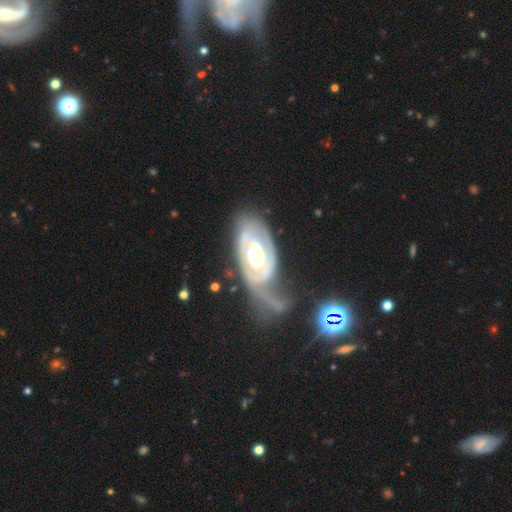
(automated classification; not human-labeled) Morphology: type=featured or disk (83%); edge-on=no (94%); bar=no (60%); spiral arms=yes (81%); winding=tight (64%); arm count=can't tell (34%); bulge=moderate (61%); merging=major disturbance (40%).